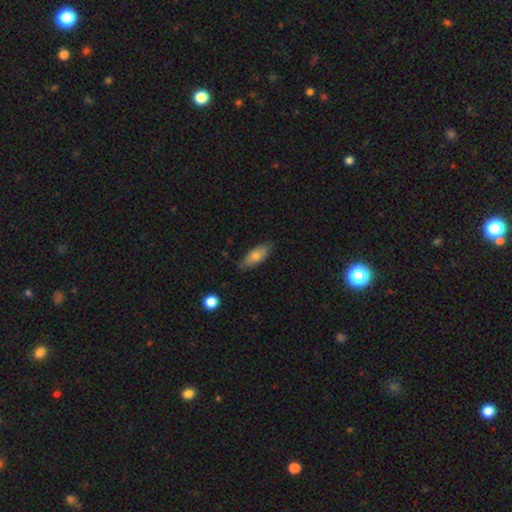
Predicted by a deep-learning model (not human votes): Morphology: type=smooth (74%); roundness=in between (74%); merging=none (80%).